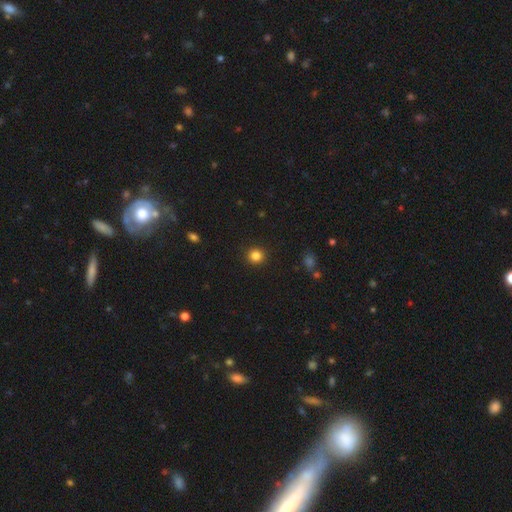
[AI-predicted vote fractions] Overall: smooth (84%). How rounded: round (91%). Merging: none (92%).